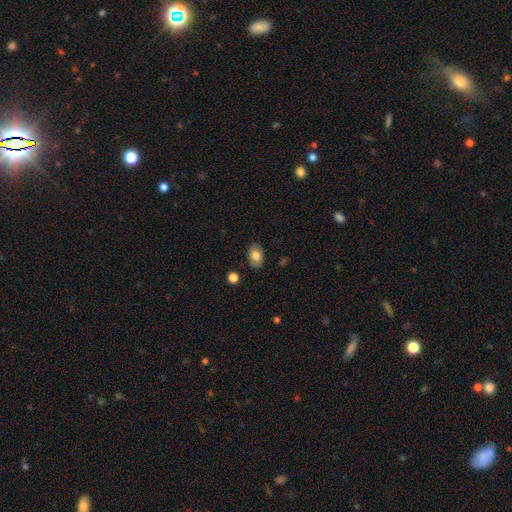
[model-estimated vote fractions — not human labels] Smooth or featured? Predicted: smooth (p=0.81). How rounded? Predicted: in between (p=0.83). Merging? Predicted: none (p=0.85).